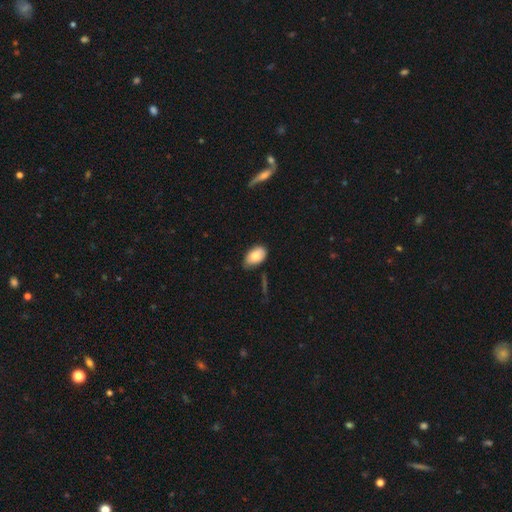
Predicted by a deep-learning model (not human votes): Smooth or featured? smooth (82%)
How rounded? in between (92%)
Merging? none (63%)